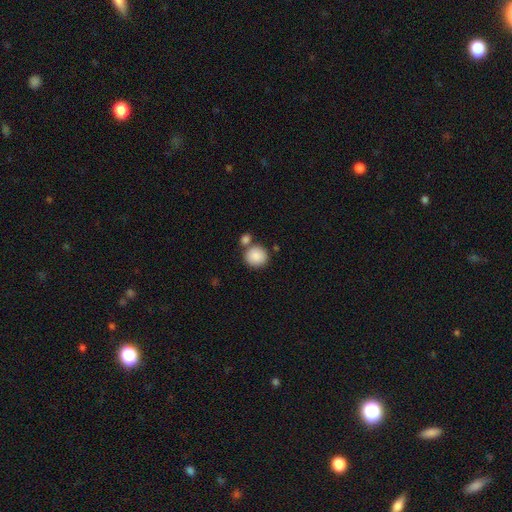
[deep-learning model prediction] This appears to be a smooth galaxy with no disk features (88%) that is round (89%). Merging: none (65%).